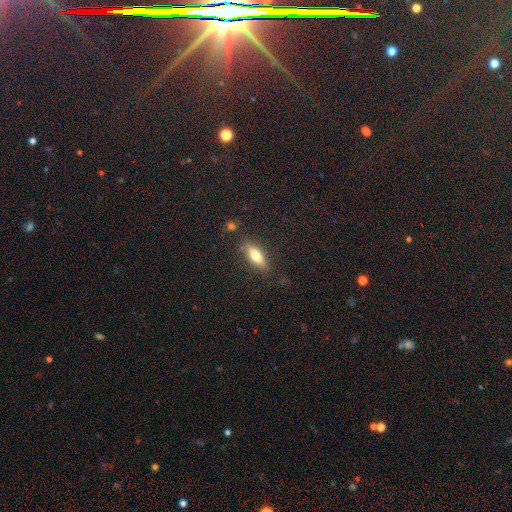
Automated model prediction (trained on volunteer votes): Smooth or featured: smooth — 70% (featured or disk — 22%)
How rounded: in between — 57% (cigar-shaped — 40%)
Merging: none — 81% (minor disturbance — 13%)